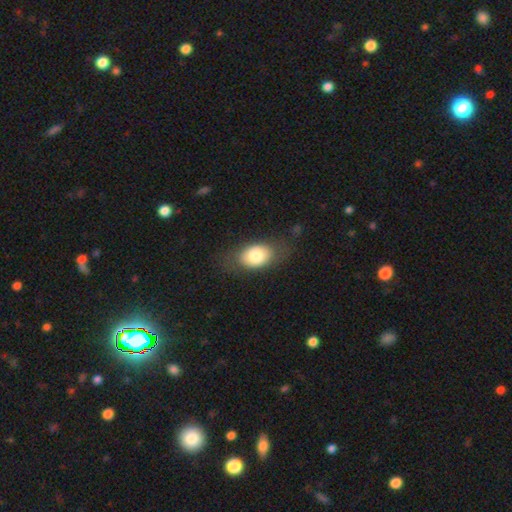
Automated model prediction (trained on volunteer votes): A smooth galaxy with no disk features (76%) that is in between round and cigar-shaped (83%).

Vote fractions:
- Smooth or featured? smooth: 76% / featured or disk: 16% / star or artifact: 7%
- How rounded? in between: 83% / round: 15% / cigar-shaped: 2%
- Merging? none: 72% / minor disturbance: 18% / major disturbance: 9% / merger: 1%